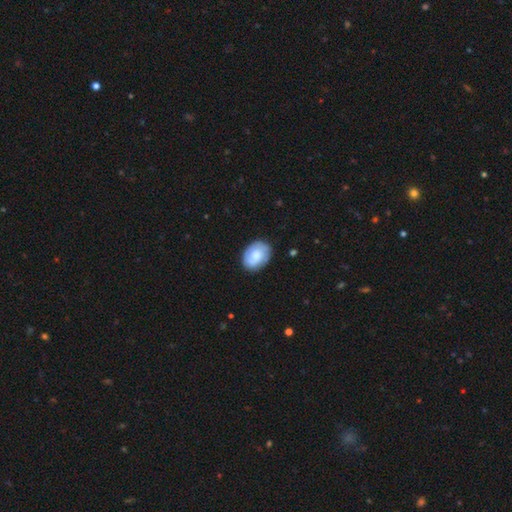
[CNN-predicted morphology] A smooth galaxy with no disk features (62%) that is in between round and cigar-shaped (69%).

Vote fractions:
- Smooth or featured? smooth: 62% / featured or disk: 32% / star or artifact: 6%
- How rounded? in between: 69% / round: 30% / cigar-shaped: 1%
- Merging? none: 80% / minor disturbance: 15% / major disturbance: 4% / merger: 1%